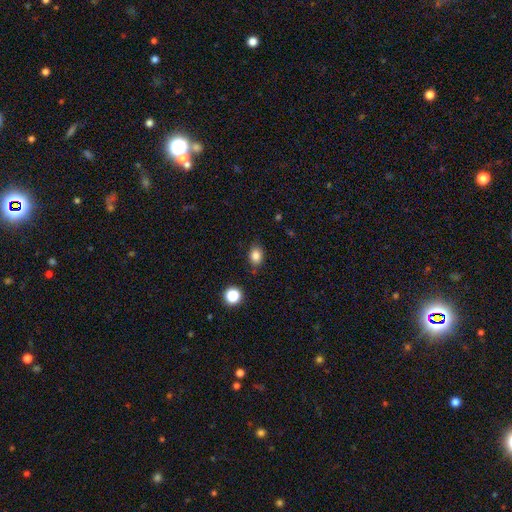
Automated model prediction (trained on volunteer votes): This appears to be a smooth galaxy with no disk features (83%) that is in between round and cigar-shaped (66%). Merging: none (81%).